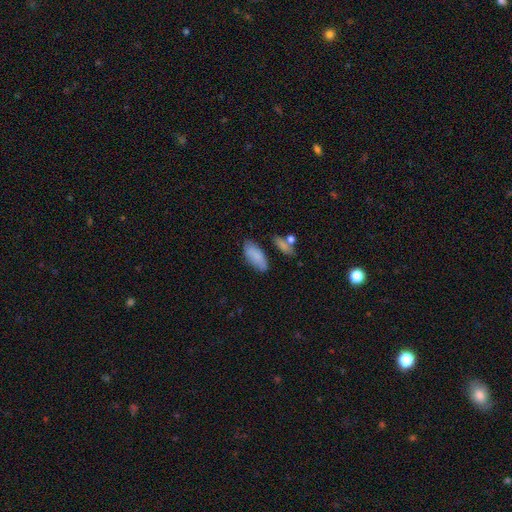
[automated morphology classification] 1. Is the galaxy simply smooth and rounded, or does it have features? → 84% smooth, 9% featured or disk, 7% star or artifact.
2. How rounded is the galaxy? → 85% in between, 13% cigar-shaped, 2% round.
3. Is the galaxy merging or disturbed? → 72% none, 18% minor disturbance, 6% merger, 4% major disturbance.